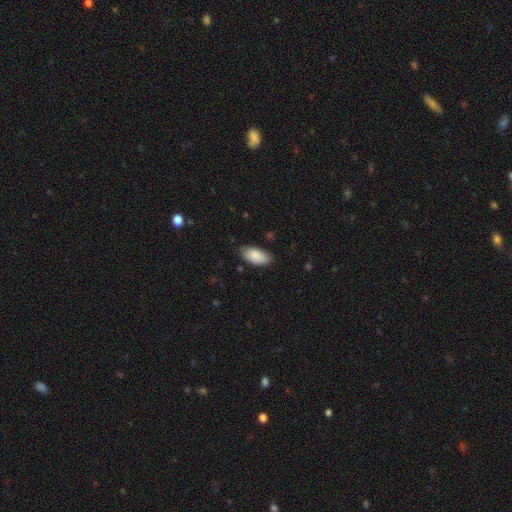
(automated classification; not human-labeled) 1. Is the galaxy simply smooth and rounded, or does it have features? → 86% smooth, 8% featured or disk, 6% star or artifact.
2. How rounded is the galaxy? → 94% in between, 3% cigar-shaped, 2% round.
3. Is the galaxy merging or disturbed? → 79% none, 17% minor disturbance, 3% major disturbance, 1% merger.